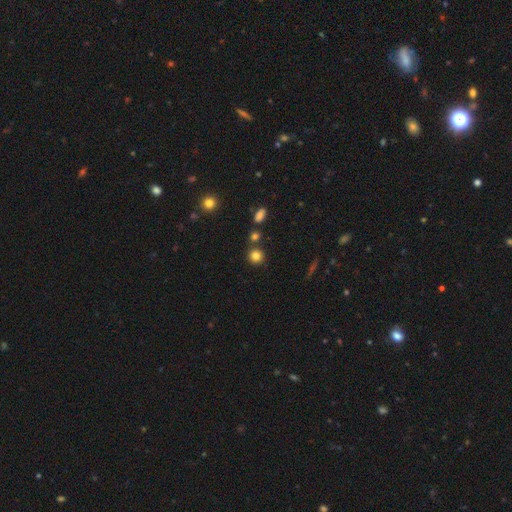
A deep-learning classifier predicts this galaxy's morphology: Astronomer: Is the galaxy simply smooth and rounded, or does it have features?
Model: smooth — 83%.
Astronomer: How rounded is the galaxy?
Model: round — 89%.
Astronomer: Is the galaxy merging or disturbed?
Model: none — 80%.